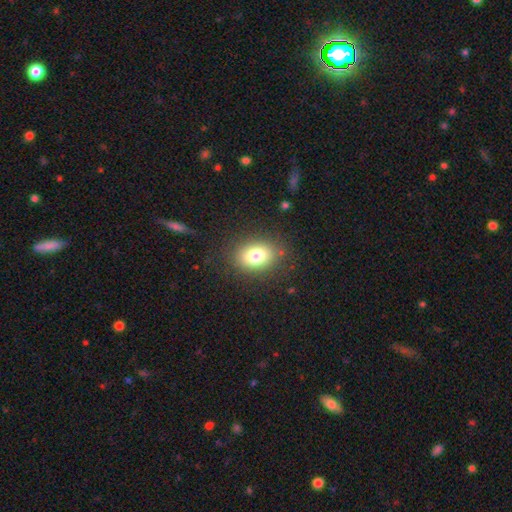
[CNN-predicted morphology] Smooth or featured? smooth (80%)
How rounded? in between (68%)
Merging? none (84%)